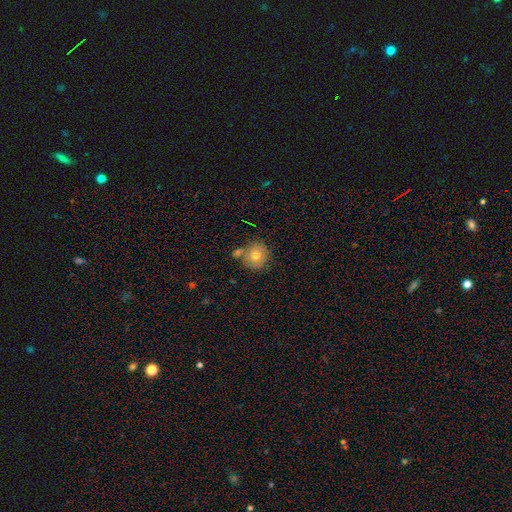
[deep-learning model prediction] smooth 74%, featured or disk 17%, star or artifact 10%. Down the decision tree: how rounded — round (90%); merging — none (65%).